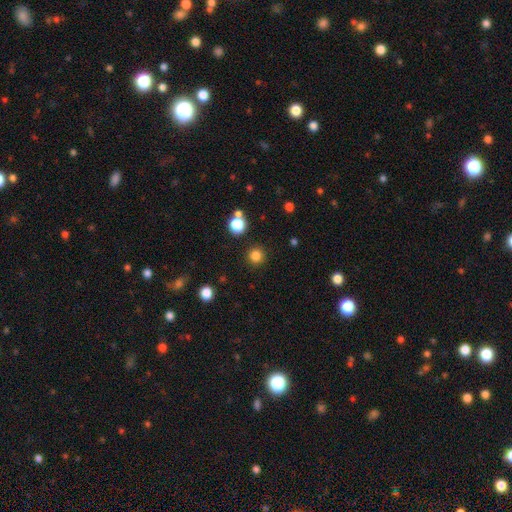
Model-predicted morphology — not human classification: Overall: smooth (82%). How rounded: round (94%). Merging: none (89%).